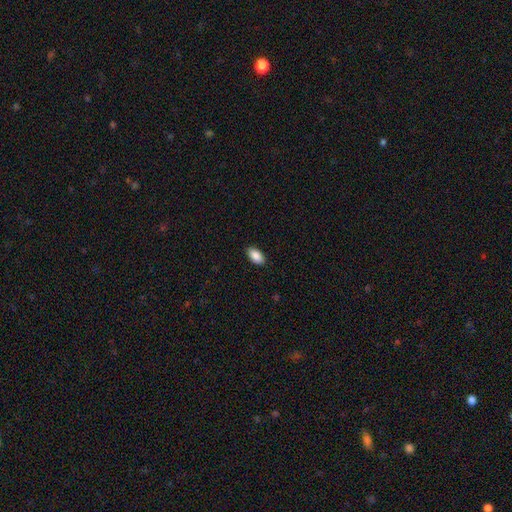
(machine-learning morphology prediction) smooth-or-featured: smooth: 89% | star or artifact: 7% | featured or disk: 4%
  how-rounded: in between: 94% | round: 4% | cigar-shaped: 2%
  merging: none: 88% | minor disturbance: 9% | major disturbance: 2% | merger: 1%